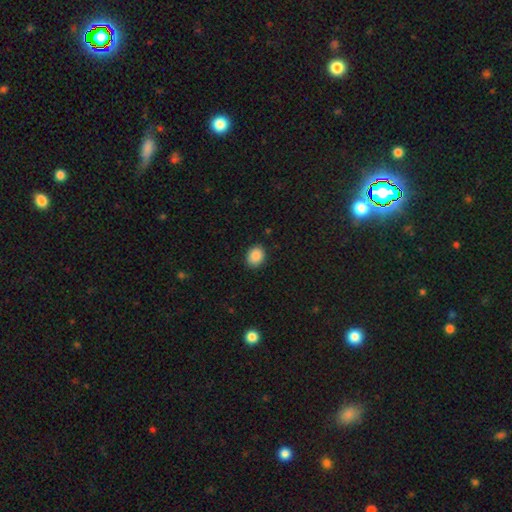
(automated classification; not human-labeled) The model was most divided on "how rounded": in between: 54%, round: 46%, cigar-shaped: 1%. More confident: merging — none (89%); smooth or featured — smooth (88%).